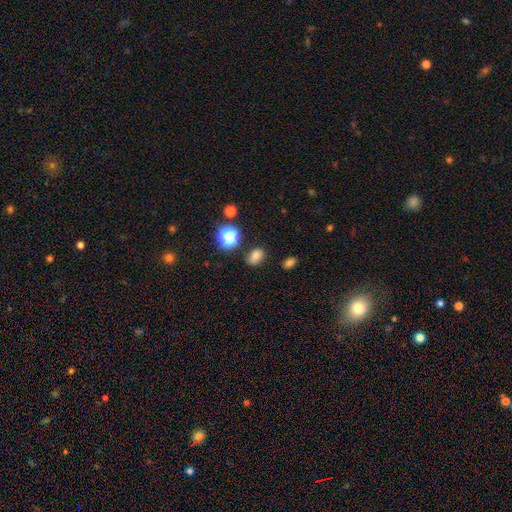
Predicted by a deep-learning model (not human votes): A smooth galaxy with no disk features (71%) that is in between round and cigar-shaped (69%).

Vote fractions:
- Smooth or featured? smooth: 71% / star or artifact: 18% / featured or disk: 11%
- How rounded? in between: 69% / round: 30% / cigar-shaped: 1%
- Merging? none: 80% / minor disturbance: 13% / major disturbance: 4% / merger: 4%